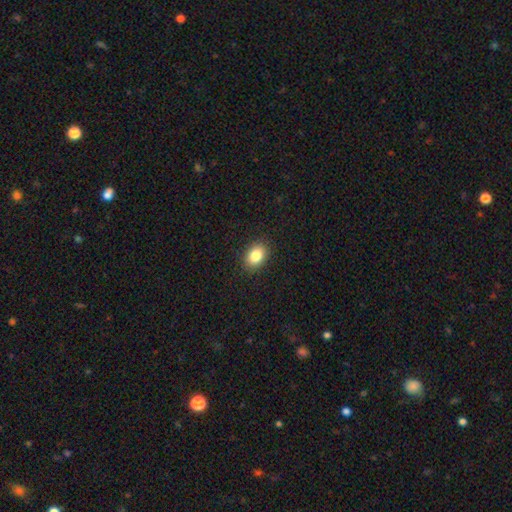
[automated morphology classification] The model was most divided on "how rounded": in between: 76%, round: 23%, cigar-shaped: 1%. More confident: merging — none (89%); smooth or featured — smooth (84%).